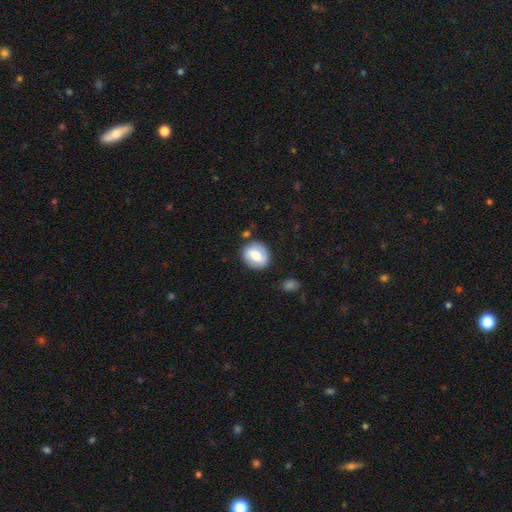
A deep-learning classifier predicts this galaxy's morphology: Smooth or featured? Predicted: smooth (p=0.62). How rounded? Predicted: round (p=0.64). Merging? Predicted: none (p=0.81).